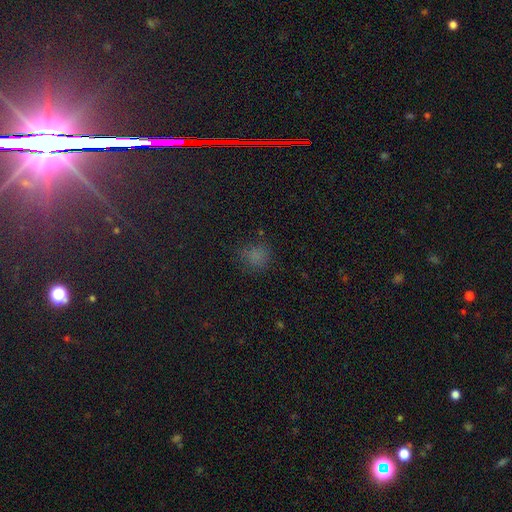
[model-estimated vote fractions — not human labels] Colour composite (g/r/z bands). It shows a smooth galaxy with no disk features (66%) that is round (82%). Merging: none (74%).